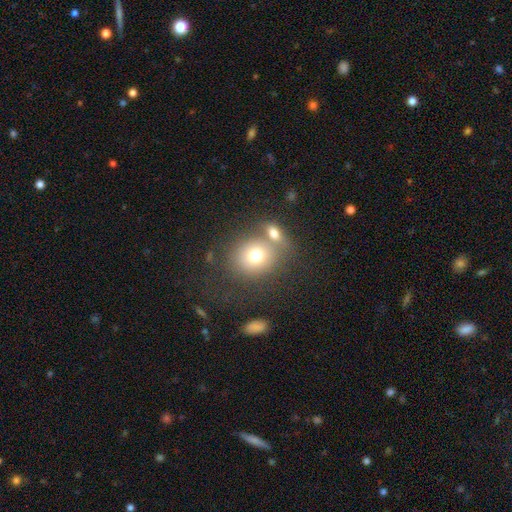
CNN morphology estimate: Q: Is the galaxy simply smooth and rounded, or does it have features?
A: smooth — 73%.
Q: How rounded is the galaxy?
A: round — 74%.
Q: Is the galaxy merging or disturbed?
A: none — 52%.